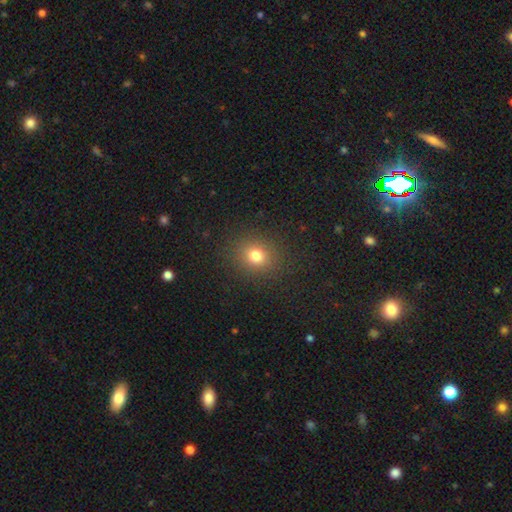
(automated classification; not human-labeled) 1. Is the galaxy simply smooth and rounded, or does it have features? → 76% smooth, 17% star or artifact, 7% featured or disk.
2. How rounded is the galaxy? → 77% round, 22% in between, 1% cigar-shaped.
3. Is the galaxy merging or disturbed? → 89% none, 7% minor disturbance, 3% major disturbance, 1% merger.